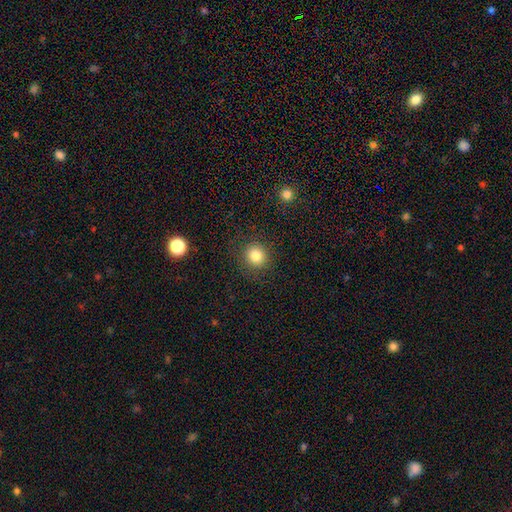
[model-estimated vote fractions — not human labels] Smooth or featured? smooth (82%)
How rounded? round (88%)
Merging? none (87%)